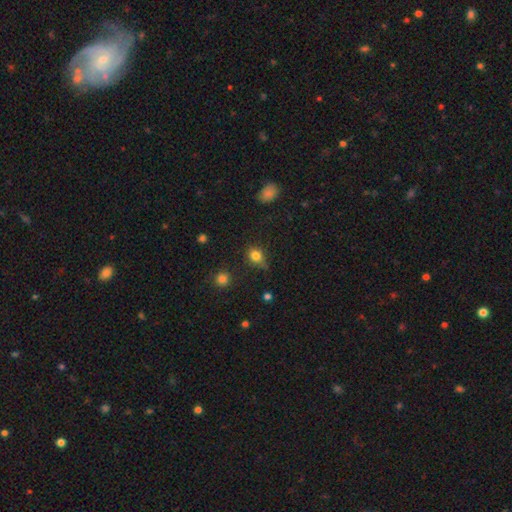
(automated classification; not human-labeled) smooth 78%, star or artifact 14%, featured or disk 8%. Down the decision tree: how rounded — round (63%); merging — none (60%).